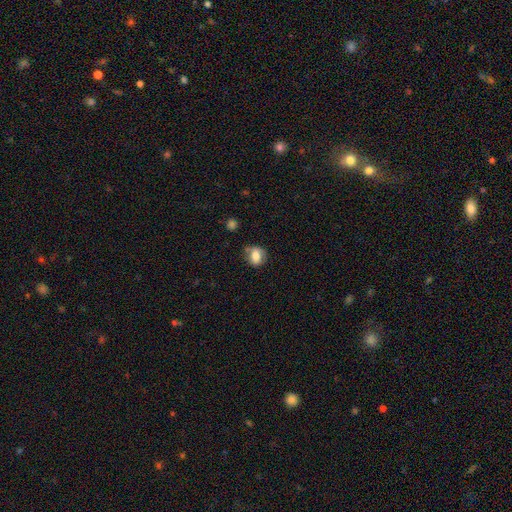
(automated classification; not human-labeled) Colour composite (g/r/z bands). It shows a smooth galaxy with no disk features (73%) that is round (54%). Merging: none (63%).